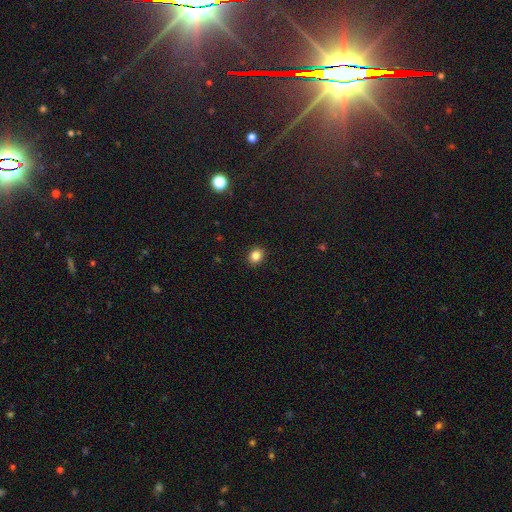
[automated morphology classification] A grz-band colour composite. It shows a smooth galaxy with no disk features (84%) that is round (69%). Merging: none (92%).